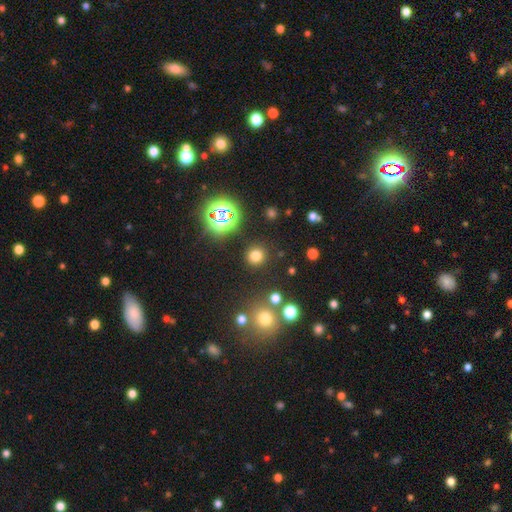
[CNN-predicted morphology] Smooth or featured? Predicted: smooth (p=0.72). How rounded? Predicted: round (p=0.92). Merging? Predicted: none (p=0.89).